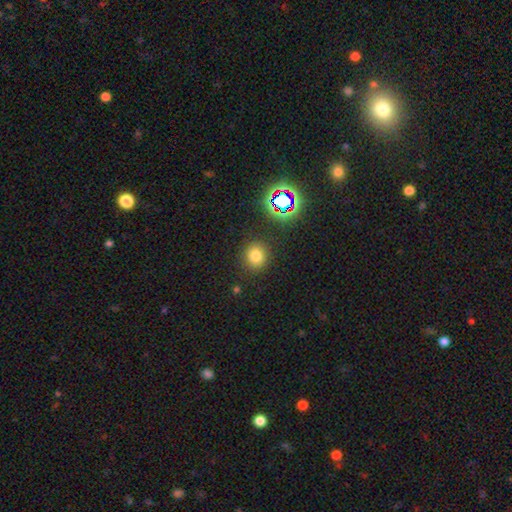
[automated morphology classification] smooth 74%, star or artifact 19%, featured or disk 7%. Down the decision tree: how rounded — round (82%); merging — none (87%).